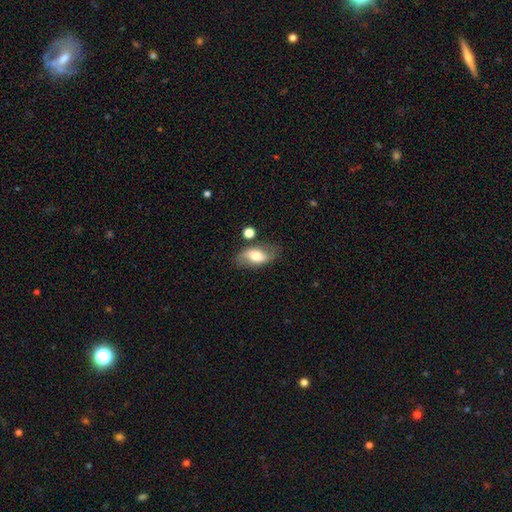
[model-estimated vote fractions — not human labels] Morphology: type=smooth (57%); roundness=in between (88%); merging=none (67%).